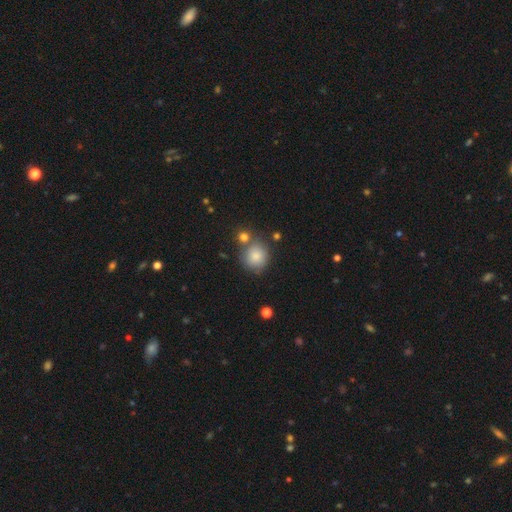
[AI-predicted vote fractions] Morphology: type=smooth (84%); roundness=round (83%); merging=none (65%).